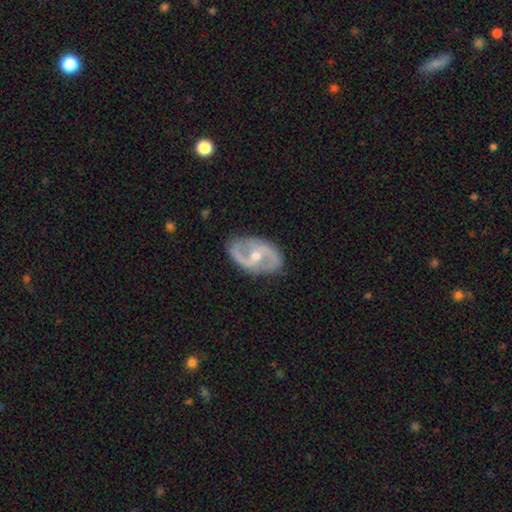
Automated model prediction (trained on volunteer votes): The model was most divided on "bar": weak: 44%, no: 34%, strong: 22%. Remaining: edge-on disk — no (96%); spiral arm count — 2 (90%); spiral arms — yes (87%); smooth or featured — featured or disk (84%); merging — none (82%); bulge size — moderate (66%); spiral winding — medium (50%).